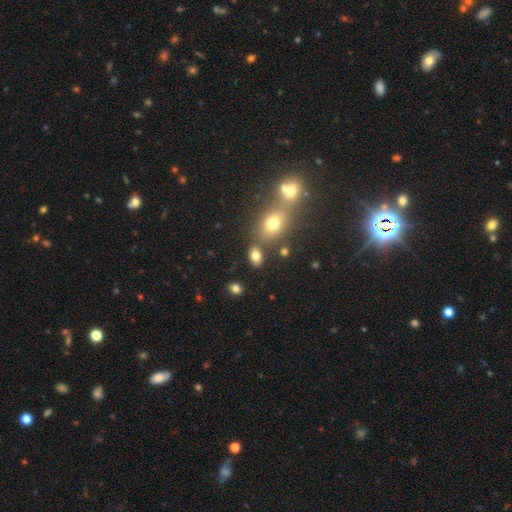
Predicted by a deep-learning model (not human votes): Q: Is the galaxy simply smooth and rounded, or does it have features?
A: smooth — 78%.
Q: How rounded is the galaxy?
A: in between — 82%.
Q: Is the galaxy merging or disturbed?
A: none — 72%.